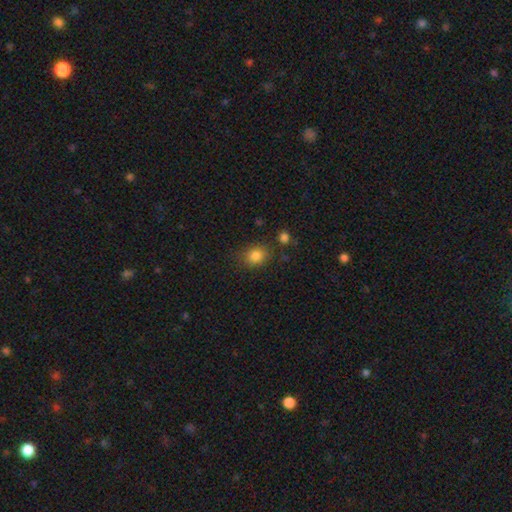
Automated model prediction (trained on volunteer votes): smooth 83%, star or artifact 11%, featured or disk 6%. Down the decision tree: how rounded — round (53%); merging — none (78%).